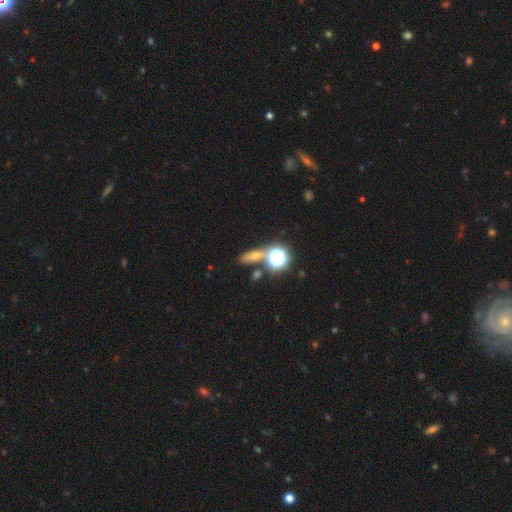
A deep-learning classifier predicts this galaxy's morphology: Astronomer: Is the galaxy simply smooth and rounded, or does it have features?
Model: smooth — 50% (runner-up: star or artifact, 32%).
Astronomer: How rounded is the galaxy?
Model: in between — 41% (runner-up: cigar-shaped, 31%).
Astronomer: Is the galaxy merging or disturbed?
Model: none — 70%.